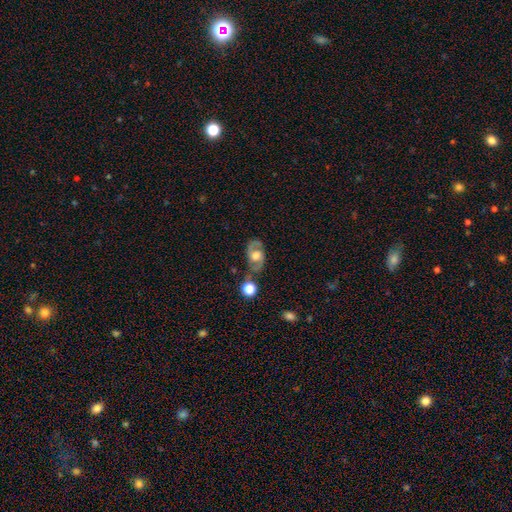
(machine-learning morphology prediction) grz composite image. It shows a featured or disk galaxy (72%) with no bar (65%), 2 (87%) medium (52%) spiral arms (82%) and a moderate central bulge (53%). Merging: none (65%).